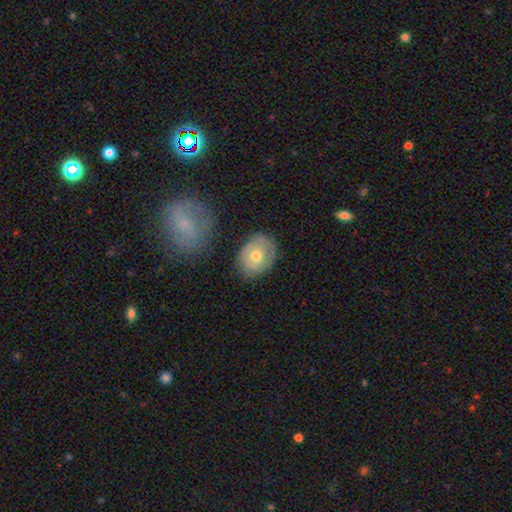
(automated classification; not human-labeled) A smooth galaxy with no disk features (49%).

Vote fractions:
- Smooth or featured? smooth: 49% / featured or disk: 44% / star or artifact: 7%
- Merging? none: 69% / minor disturbance: 21% / major disturbance: 7% / merger: 3%